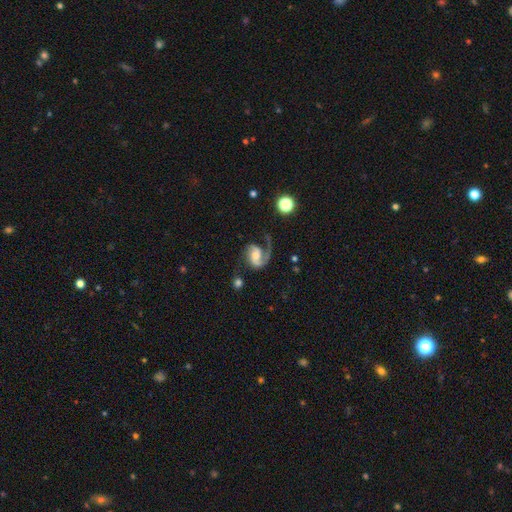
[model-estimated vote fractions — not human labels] featured or disk 86%, smooth 8%, star or artifact 6%. Down the decision tree: edge-on disk — no (98%); bar — no (48%); spiral arms — yes (97%); spiral arm count — 2 (56%); spiral winding — medium (50%); bulge size — moderate (41%); merging — none (52%).